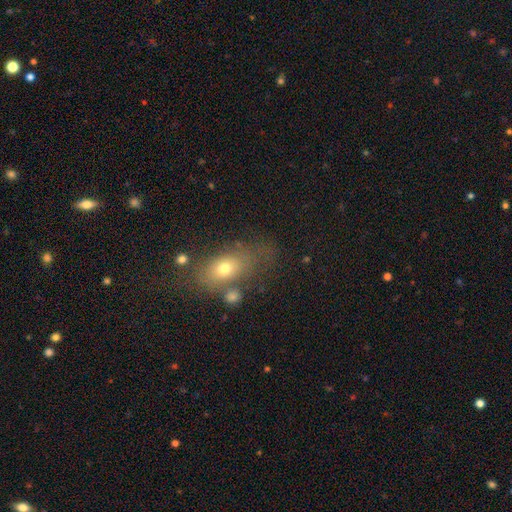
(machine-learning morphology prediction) Smooth or featured? Predicted: smooth (p=0.59). How rounded? Predicted: in between (p=0.71). Merging? Predicted: none (p=0.61).